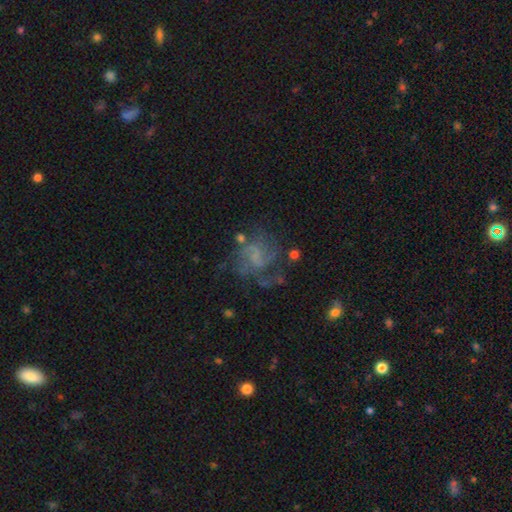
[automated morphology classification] Smooth or featured? featured or disk (72%)
Edge-on disk? no (98%)
Bar? no (46%)
Spiral arms? yes (83%)
Spiral winding? medium (47%)
Spiral arm count? can't tell (32%)
Bulge size? none (49%)
Merging? none (50%)